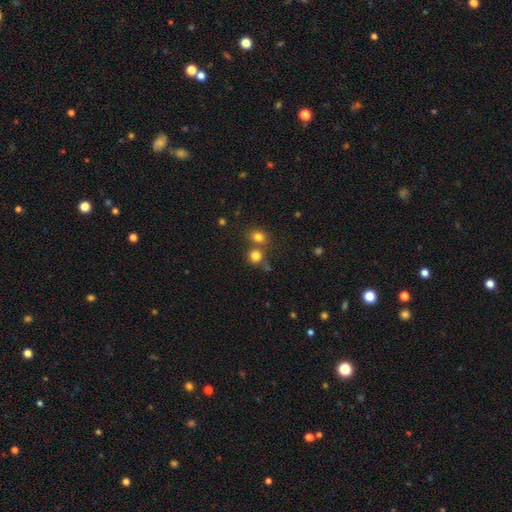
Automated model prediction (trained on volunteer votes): Smooth or featured?
  - smooth: 79% *
  - star or artifact: 14%
  - featured or disk: 7%
How rounded?
  - round: 84% *
  - in between: 15%
  - cigar-shaped: 1%
Merging?
  - none: 61% *
  - merger: 29%
  - minor disturbance: 8%
  - major disturbance: 3%